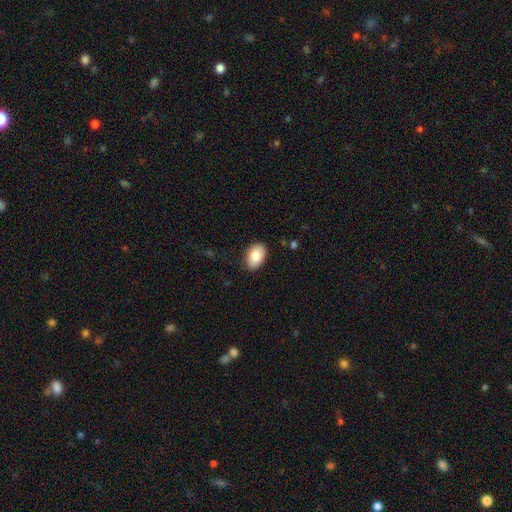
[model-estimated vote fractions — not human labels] Smooth or featured? Predicted: smooth (p=0.87). How rounded? Predicted: in between (p=0.91). Merging? Predicted: none (p=0.86).